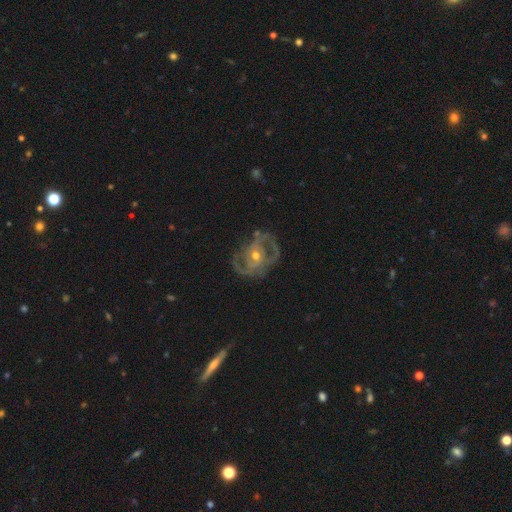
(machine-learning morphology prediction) Smooth or featured? featured or disk (85%)
Edge-on disk? no (97%)
Bar? no (57%)
Spiral arms? yes (82%)
Spiral winding? medium (46%)
Spiral arm count? 2 (54%)
Bulge size? moderate (57%)
Merging? none (63%)